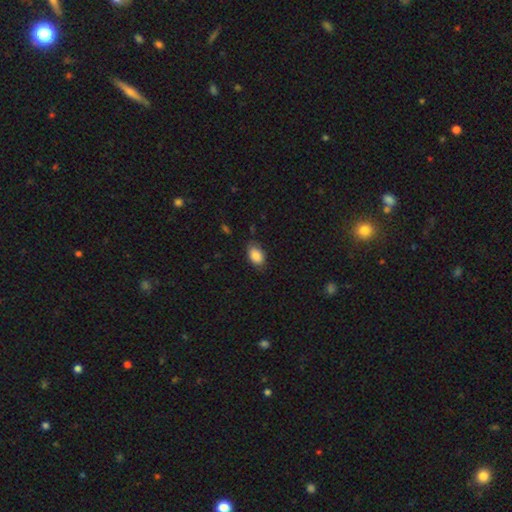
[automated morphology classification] smooth_or_featured: smooth (p=0.87) [alt: star or artifact p=0.07]
how_rounded: in between (p=0.90) [alt: round p=0.09]
merging: none (p=0.77) [alt: minor disturbance p=0.18]